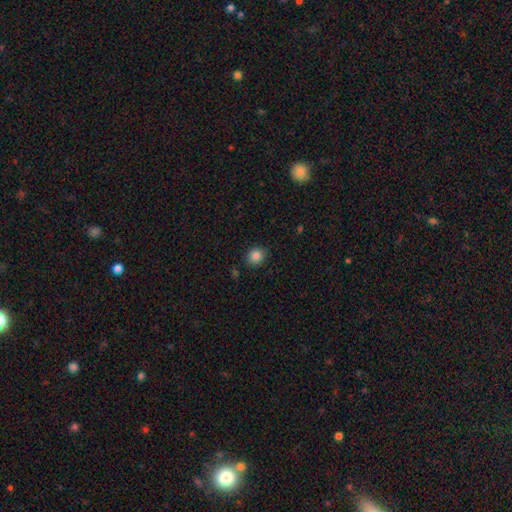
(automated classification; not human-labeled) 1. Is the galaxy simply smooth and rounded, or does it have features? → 85% smooth, 10% star or artifact, 4% featured or disk.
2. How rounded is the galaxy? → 80% round, 20% in between, 1% cigar-shaped.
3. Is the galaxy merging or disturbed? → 87% none, 9% minor disturbance, 2% major disturbance, 1% merger.